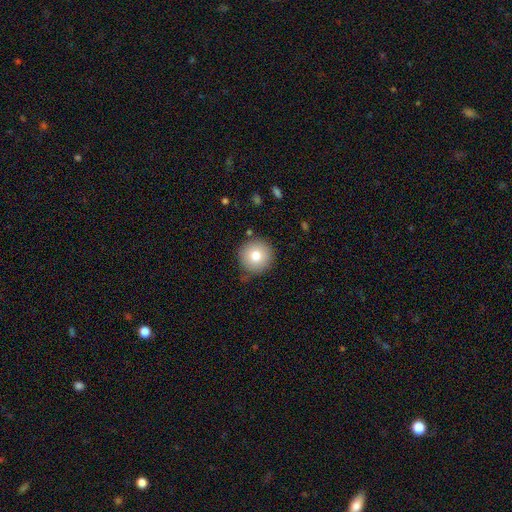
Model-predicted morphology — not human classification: Overall: smooth (77%). How rounded: round (95%). Merging: none (84%).